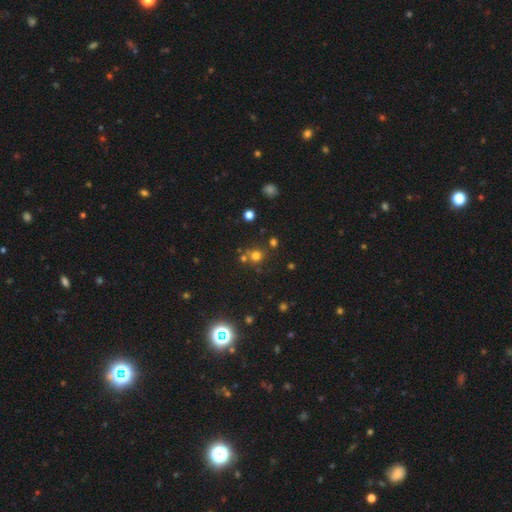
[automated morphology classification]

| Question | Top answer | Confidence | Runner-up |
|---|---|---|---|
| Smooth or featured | smooth | 68% | star or artifact (24%) |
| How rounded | round | 89% | in between (10%) |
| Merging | none | 68% | merger (20%) |